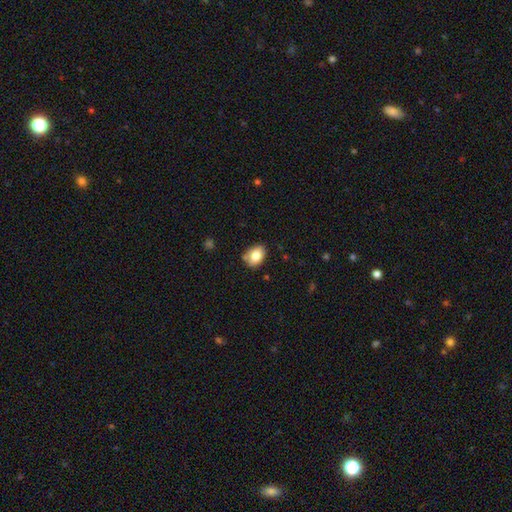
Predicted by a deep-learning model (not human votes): A smooth galaxy with no disk features (81%) that is in between round and cigar-shaped (74%).

Vote fractions:
- Smooth or featured? smooth: 81% / featured or disk: 10% / star or artifact: 9%
- How rounded? in between: 74% / round: 25% / cigar-shaped: 1%
- Merging? none: 72% / minor disturbance: 20% / merger: 5% / major disturbance: 4%